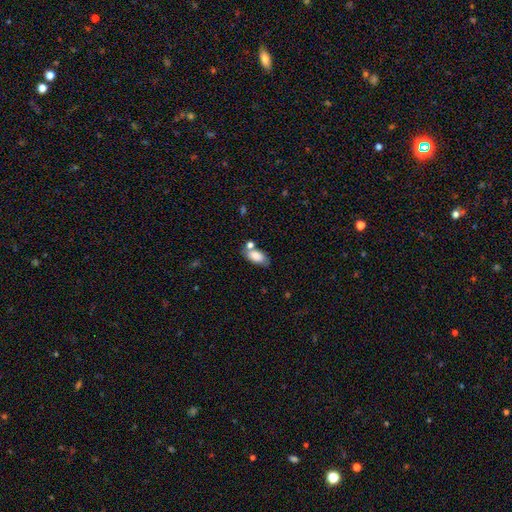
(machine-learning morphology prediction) Q: Smooth or featured?
A: smooth (82%); runner-up: featured or disk (11%)
Q: How rounded?
A: in between (90%); runner-up: cigar-shaped (5%)
Q: Merging?
A: none (54%); runner-up: merger (24%)